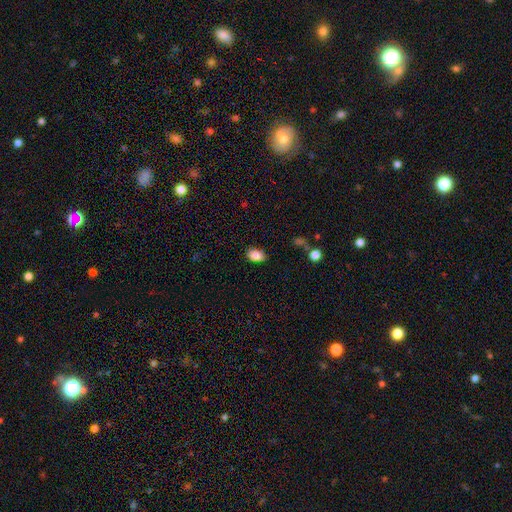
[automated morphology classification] Smooth or featured: smooth — 88% (star or artifact — 8%)
How rounded: in between — 85% (round — 14%)
Merging: none — 78% (minor disturbance — 17%)